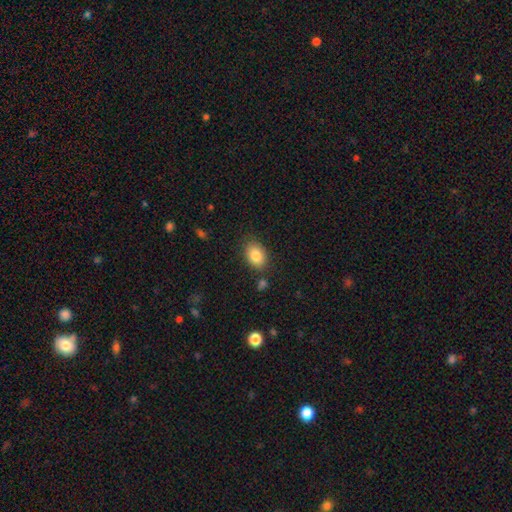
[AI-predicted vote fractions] Overall: smooth (85%). How rounded: in between (80%). Merging: none (81%).